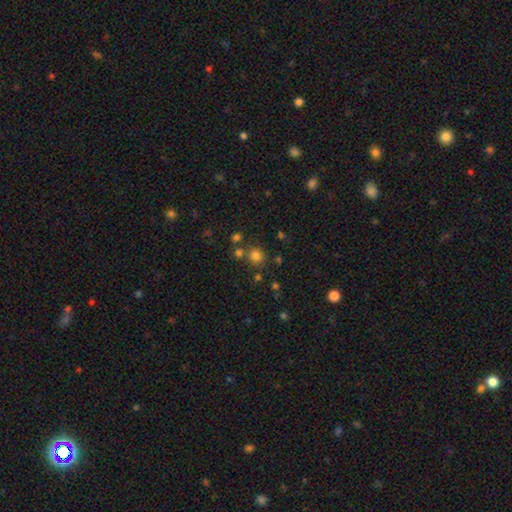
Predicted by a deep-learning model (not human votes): This appears to be a smooth galaxy with no disk features (76%) that is round (87%). Merging: none (75%).